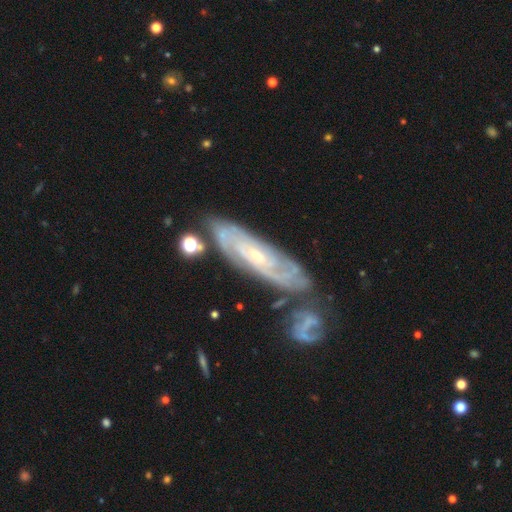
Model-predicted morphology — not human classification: featured or disk 84%, smooth 10%, star or artifact 6%. Down the decision tree: edge-on disk — no (85%); bar — no (60%); spiral arms — yes (95%); spiral arm count — can't tell (44%); spiral winding — tight (72%); bulge size — small (71%); merging — none (66%).